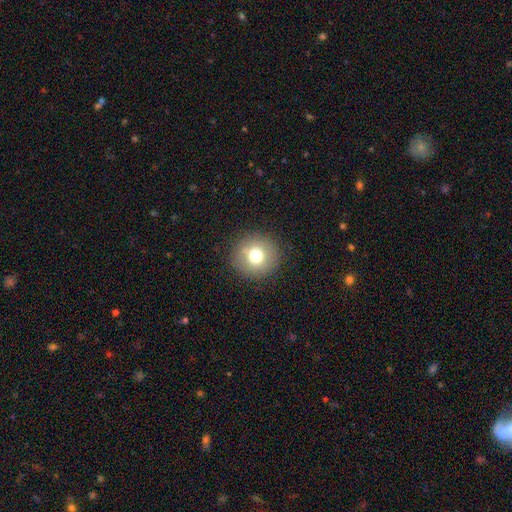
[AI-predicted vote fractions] Smooth or featured: smooth — 74% (featured or disk — 14%)
How rounded: round — 93% (in between — 6%)
Merging: none — 88% (minor disturbance — 7%)